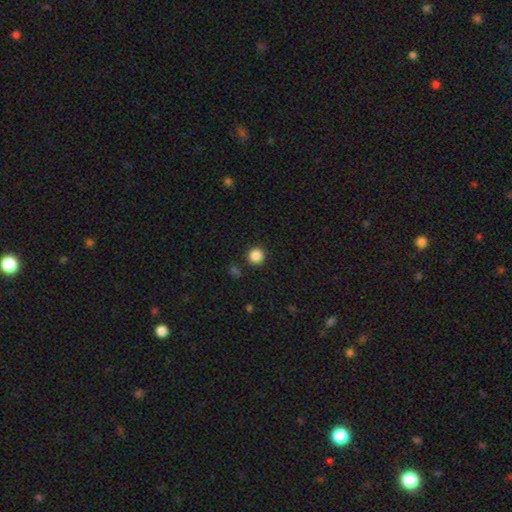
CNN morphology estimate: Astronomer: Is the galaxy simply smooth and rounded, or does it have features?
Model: smooth — 86%.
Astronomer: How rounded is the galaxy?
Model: round — 95%.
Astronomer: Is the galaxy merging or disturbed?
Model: none — 91%.